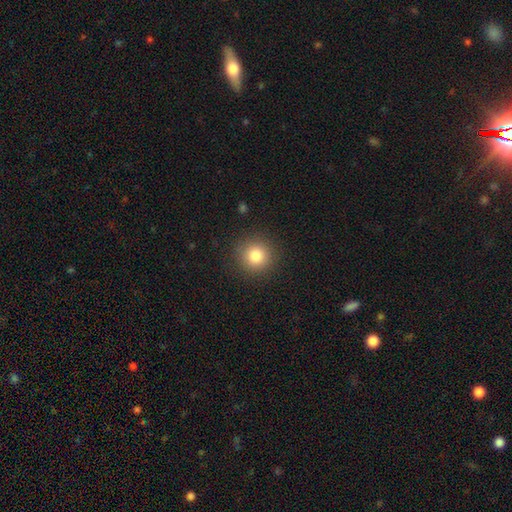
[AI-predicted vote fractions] Overall: smooth (82%). How rounded: round (94%). Merging: none (90%).